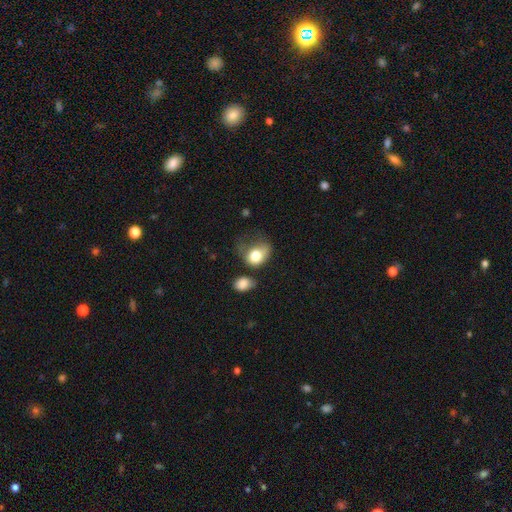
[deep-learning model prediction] Smooth or featured? smooth (76%)
How rounded? in between (56%)
Merging? major disturbance (38%)